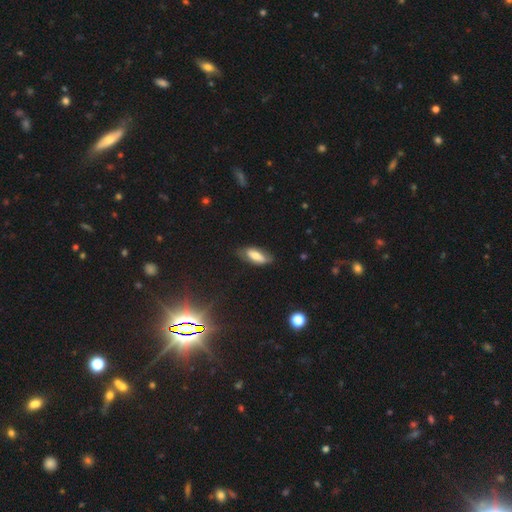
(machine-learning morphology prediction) Overall: smooth (64%; featured or disk 29%). How rounded: in between (79%). Merging: none (69%).